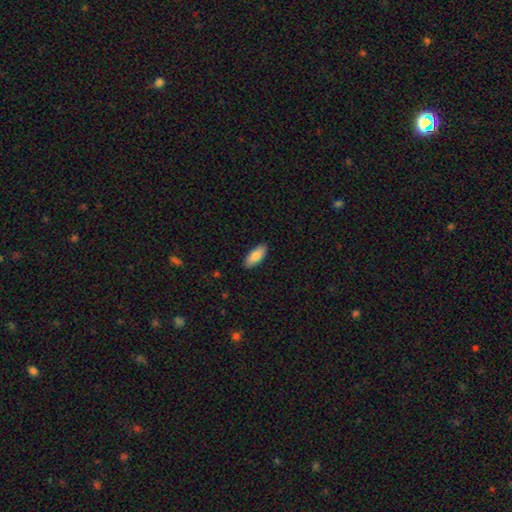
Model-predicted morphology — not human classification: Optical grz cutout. It shows a smooth galaxy with no disk features (86%) that is in between round and cigar-shaped (83%). Merging: none (90%).